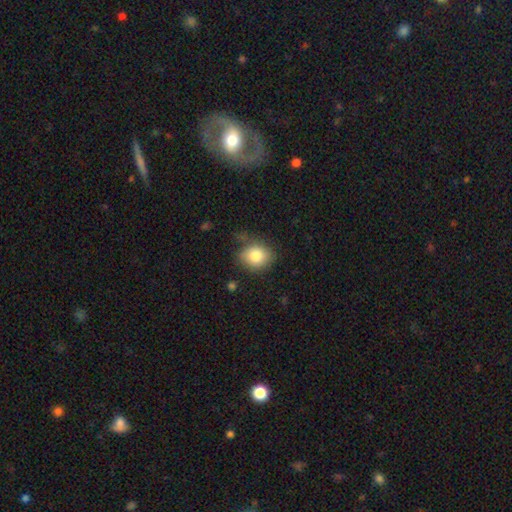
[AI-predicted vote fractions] A smooth galaxy with no disk features (81%) that is round (65%). Merging: none (71%).